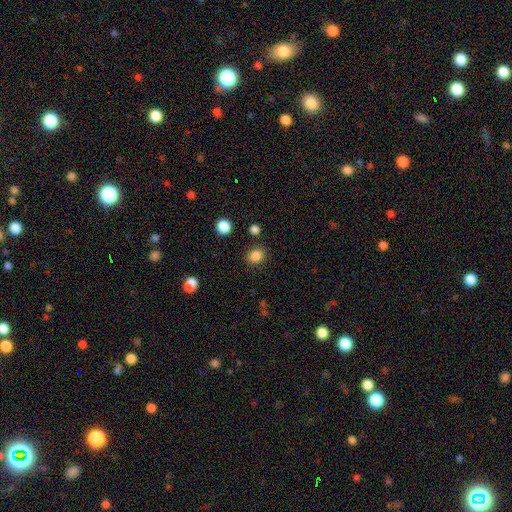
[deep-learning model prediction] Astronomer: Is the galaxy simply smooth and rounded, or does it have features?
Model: smooth — 84%.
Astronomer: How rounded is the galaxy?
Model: round — 63%.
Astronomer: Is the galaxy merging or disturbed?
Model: none — 86%.